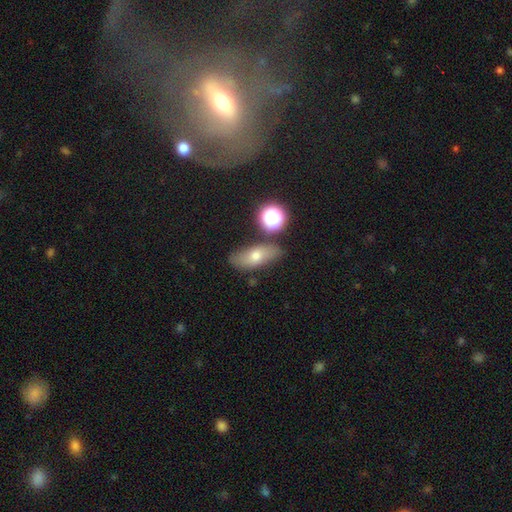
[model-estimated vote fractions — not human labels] This appears to be a smooth galaxy with no disk features (60%) that is in between round and cigar-shaped (74%). Merging: none (71%).